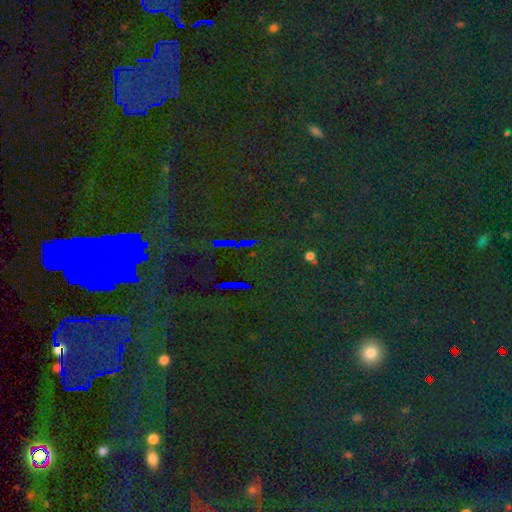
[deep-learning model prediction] A star or artifact, not a galaxy (78%).

Vote fractions:
- Smooth or featured? star or artifact: 78% / smooth: 12% / featured or disk: 10%